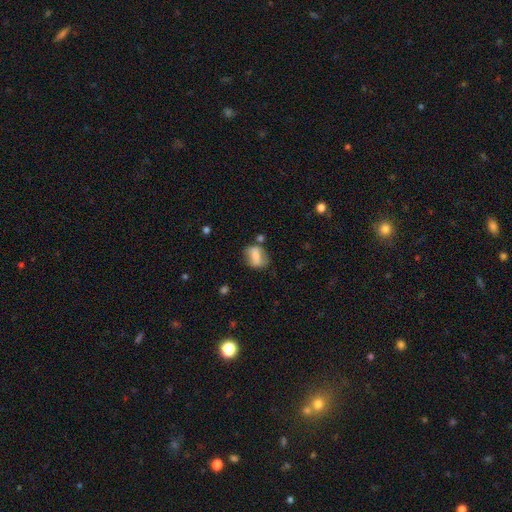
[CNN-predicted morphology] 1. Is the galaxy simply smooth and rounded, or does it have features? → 66% smooth, 25% featured or disk, 9% star or artifact.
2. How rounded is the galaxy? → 68% in between, 29% round, 4% cigar-shaped.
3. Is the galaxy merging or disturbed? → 56% none, 24% minor disturbance, 11% merger, 10% major disturbance.